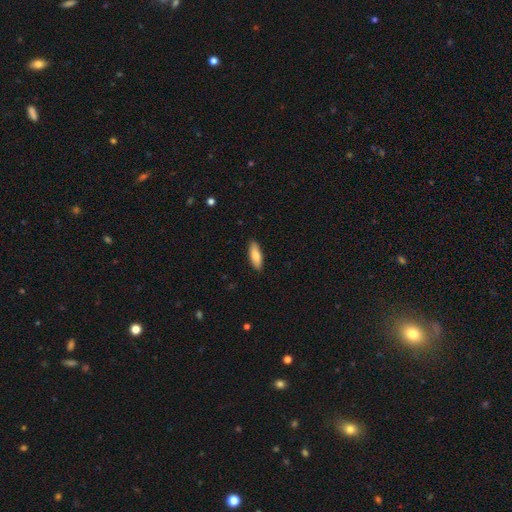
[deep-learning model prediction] Morphology: type=smooth (82%); roundness=in between (63%); merging=none (88%).